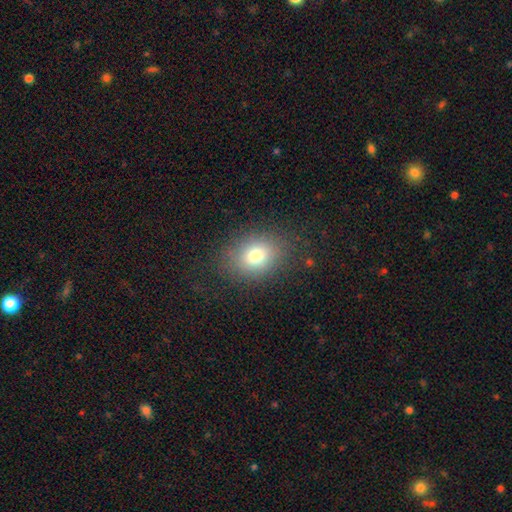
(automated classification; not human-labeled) smooth_or_featured: smooth (p=0.77) [alt: star or artifact p=0.13]
how_rounded: in between (p=0.58) [alt: round p=0.41]
merging: none (p=0.82) [alt: minor disturbance p=0.11]